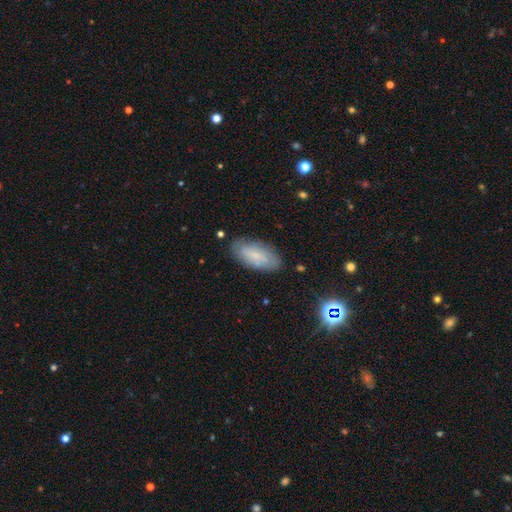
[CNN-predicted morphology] Overall: smooth (63%; featured or disk 28%). How rounded: in between (85%). Merging: none (80%).